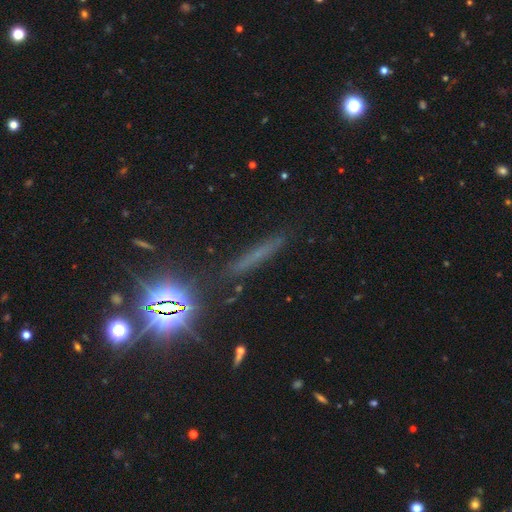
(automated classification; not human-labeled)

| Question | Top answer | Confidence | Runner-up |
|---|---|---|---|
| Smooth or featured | smooth | 39% | star or artifact (35%) |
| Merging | none | 82% | minor disturbance (12%) |